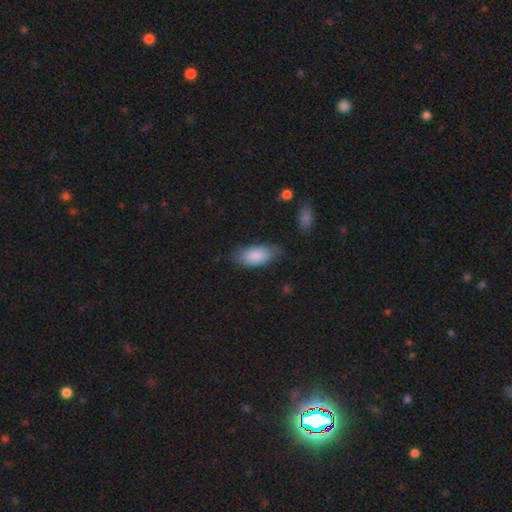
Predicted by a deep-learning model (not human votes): Smooth or featured? Predicted: smooth (p=0.86). How rounded? Predicted: in between (p=0.91). Merging? Predicted: none (p=0.68).